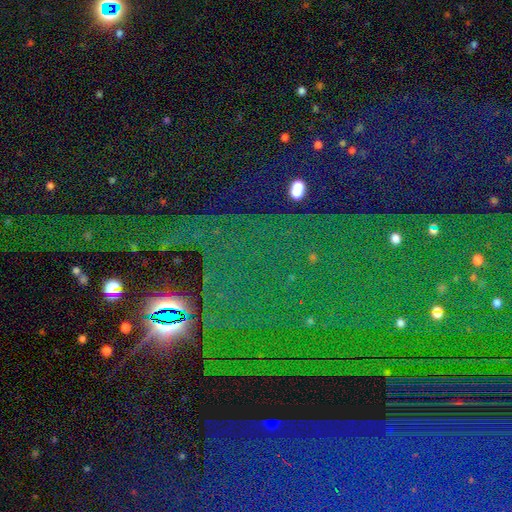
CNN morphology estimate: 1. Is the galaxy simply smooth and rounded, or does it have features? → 86% star or artifact, 7% featured or disk, 7% smooth.